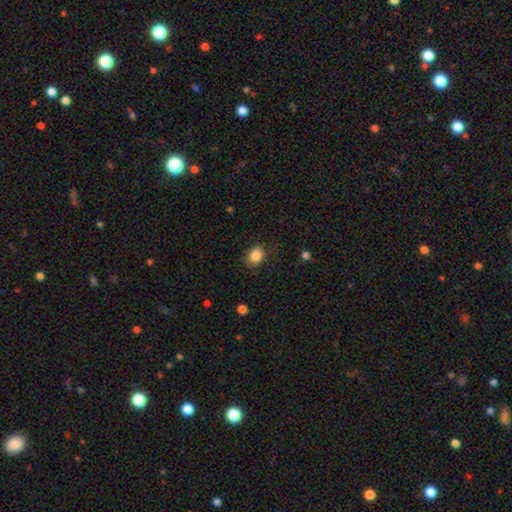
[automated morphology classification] smooth-or-featured: smooth: 86% | star or artifact: 9% | featured or disk: 5%
  how-rounded: in between: 59% | round: 40% | cigar-shaped: 1%
  merging: none: 82% | minor disturbance: 13% | major disturbance: 3% | merger: 1%